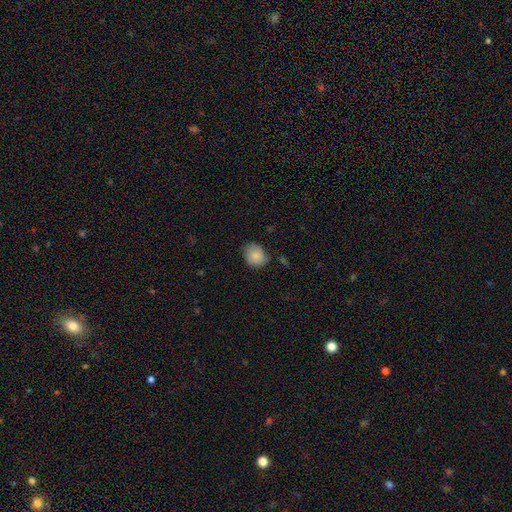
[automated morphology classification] The model was most divided on "how rounded": round: 57%, in between: 42%, cigar-shaped: 1%. More confident: smooth or featured — smooth (86%); merging — none (71%).